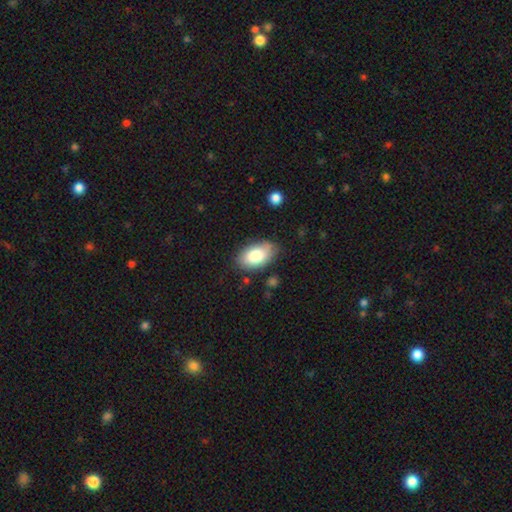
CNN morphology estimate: Smooth or featured? smooth (82%)
How rounded? in between (94%)
Merging? none (78%)